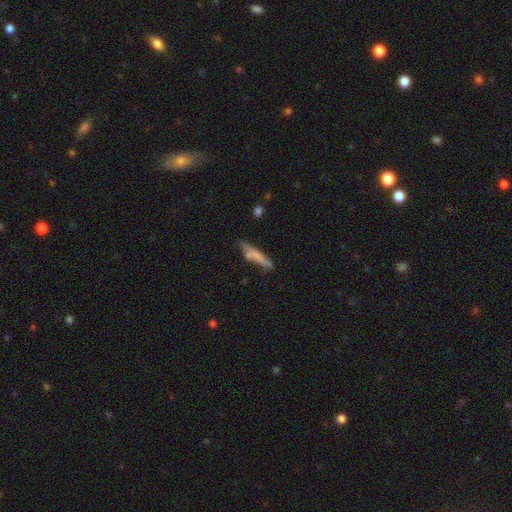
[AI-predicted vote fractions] This is likely a smooth galaxy (67%). How rounded: clearly cigar-shaped (89%). Merging: likely none (66%).